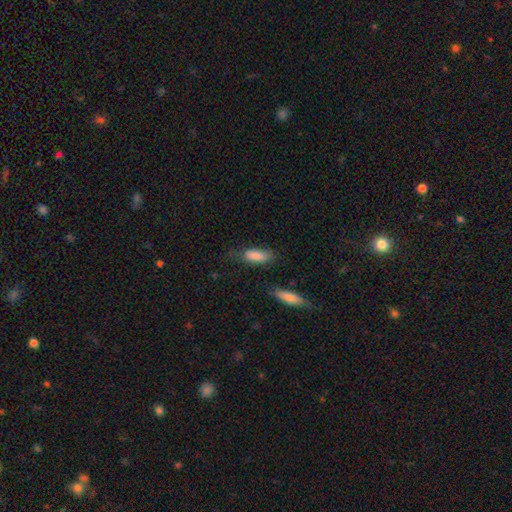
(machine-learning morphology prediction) smooth-or-featured: smooth: 86% | featured or disk: 8% | star or artifact: 7%
  how-rounded: in between: 70% | cigar-shaped: 28% | round: 2%
  merging: none: 61% | minor disturbance: 26% | major disturbance: 8% | merger: 5%